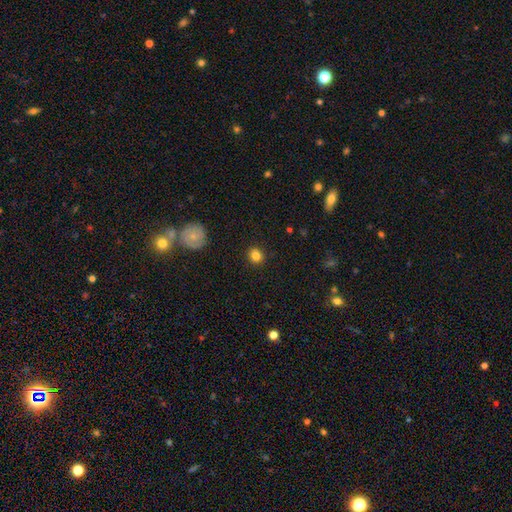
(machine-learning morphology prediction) smooth 83%, star or artifact 11%, featured or disk 6%. Down the decision tree: how rounded — round (86%); merging — none (90%).